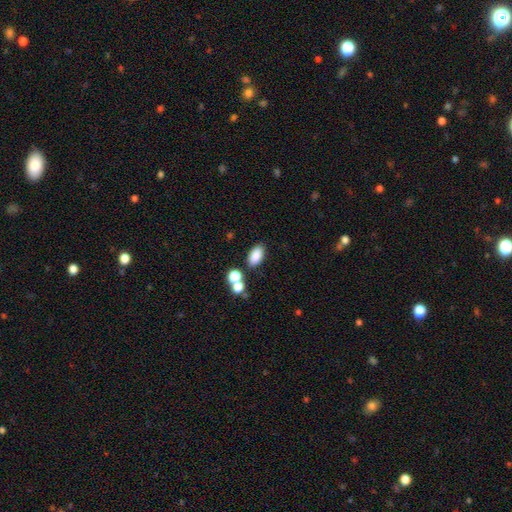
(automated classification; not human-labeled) Q: Smooth or featured?
A: smooth (84%); runner-up: star or artifact (10%)
Q: How rounded?
A: in between (90%); runner-up: round (7%)
Q: Merging?
A: none (76%); runner-up: merger (11%)